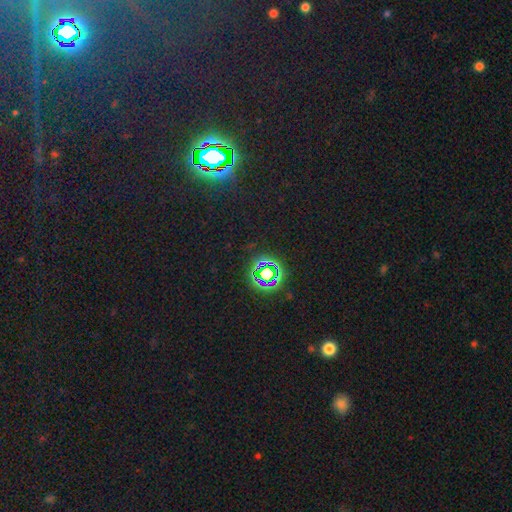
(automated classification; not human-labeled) Smooth or featured? Predicted: star or artifact (p=0.80).